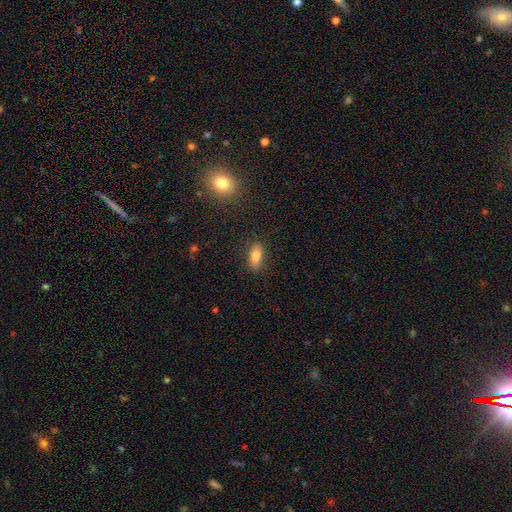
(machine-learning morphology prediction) smooth-or-featured: smooth: 84% | star or artifact: 9% | featured or disk: 7%
  how-rounded: in between: 84% | cigar-shaped: 13% | round: 3%
  merging: none: 85% | minor disturbance: 11% | major disturbance: 3% | merger: 1%